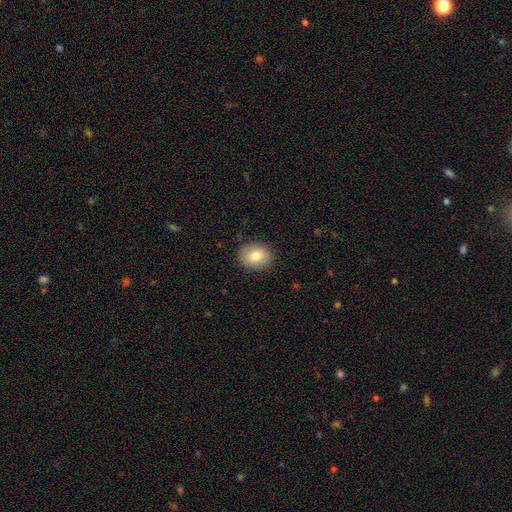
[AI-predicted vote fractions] Smooth or featured? Predicted: smooth (p=0.80). How rounded? Predicted: in between (p=0.52). Merging? Predicted: none (p=0.88).